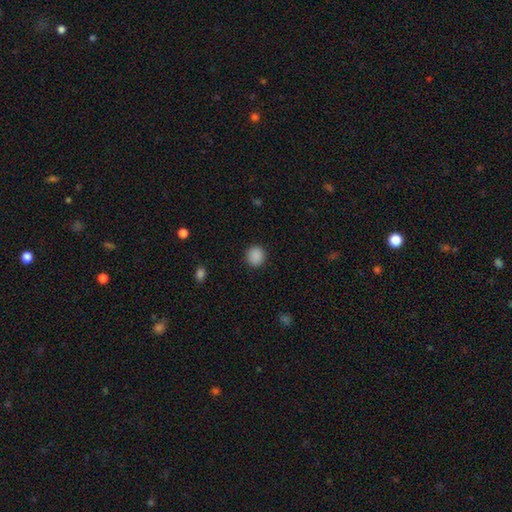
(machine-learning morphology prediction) type=smooth (89%); roundness=round (88%); merging=none (91%).